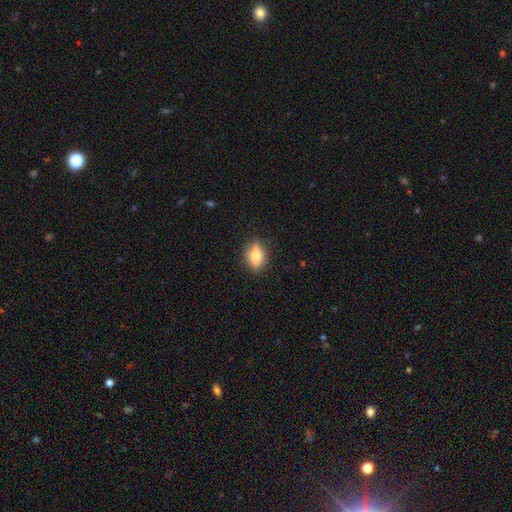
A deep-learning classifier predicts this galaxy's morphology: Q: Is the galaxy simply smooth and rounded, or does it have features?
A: smooth — 60%.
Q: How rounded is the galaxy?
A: in between — 73%.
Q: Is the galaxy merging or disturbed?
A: none — 84%.